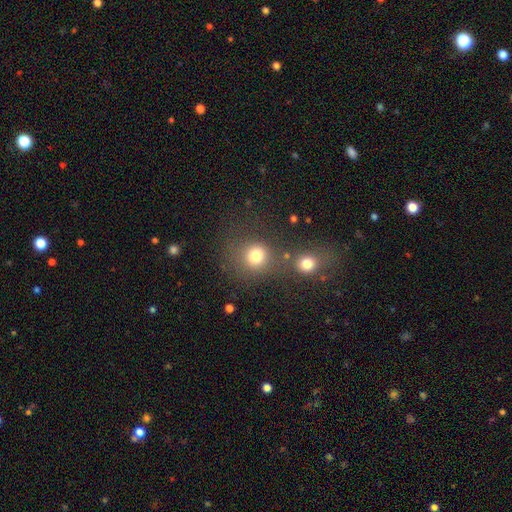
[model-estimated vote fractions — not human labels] This is likely a smooth galaxy (78%). How rounded: clearly round (85%). Merging: possibly none (56%).